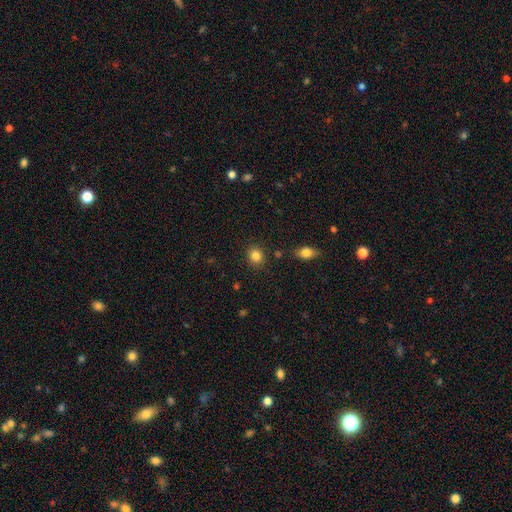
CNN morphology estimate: A smooth galaxy with no disk features (84%) that is round (73%).

Vote fractions:
- Smooth or featured? smooth: 84% / star or artifact: 11% / featured or disk: 5%
- How rounded? round: 73% / in between: 26% / cigar-shaped: 1%
- Merging? none: 87% / minor disturbance: 8% / merger: 3% / major disturbance: 2%